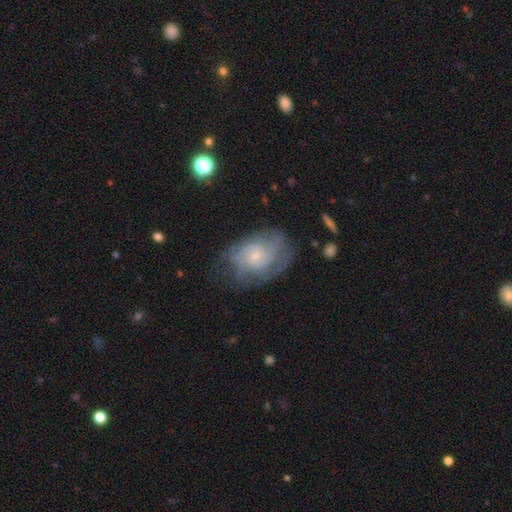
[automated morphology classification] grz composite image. It shows a featured or disk galaxy (77%) with no bar (67%), tight (57%) spiral arms (91%) and a small central bulge (74%). Merging: none (63%).